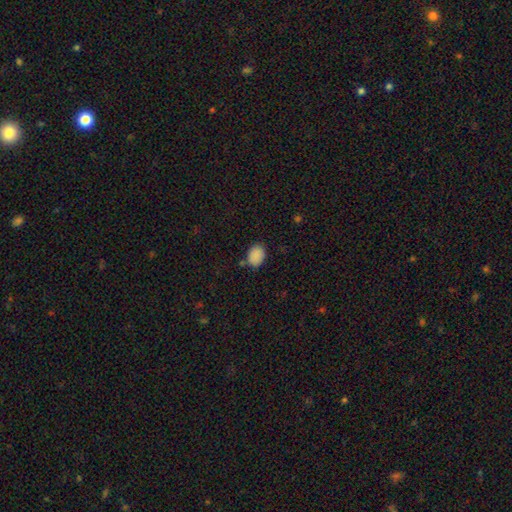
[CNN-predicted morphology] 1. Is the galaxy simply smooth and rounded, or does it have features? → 88% smooth, 9% star or artifact, 3% featured or disk.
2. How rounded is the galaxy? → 69% in between, 30% round, 1% cigar-shaped.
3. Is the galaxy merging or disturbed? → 77% none, 15% minor disturbance, 5% merger, 3% major disturbance.